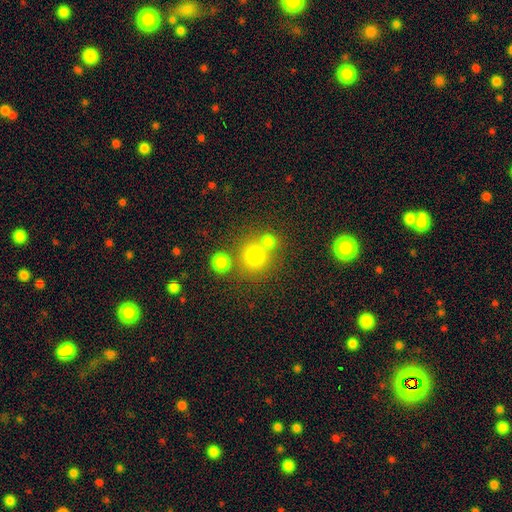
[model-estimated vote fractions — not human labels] Smooth or featured? smooth (73%)
How rounded? round (89%)
Merging? none (64%)